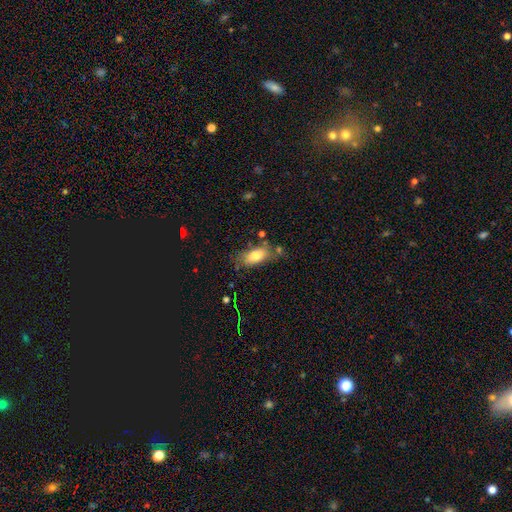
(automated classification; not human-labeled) smooth_or_featured: smooth (p=0.76) [alt: featured or disk p=0.17]
how_rounded: in between (p=0.83) [alt: cigar-shaped p=0.14]
merging: none (p=0.61) [alt: minor disturbance p=0.23]